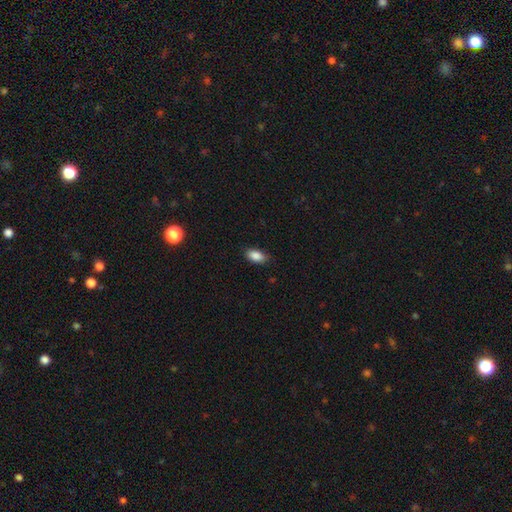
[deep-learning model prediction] Smooth or featured? smooth (88%)
How rounded? in between (91%)
Merging? none (82%)